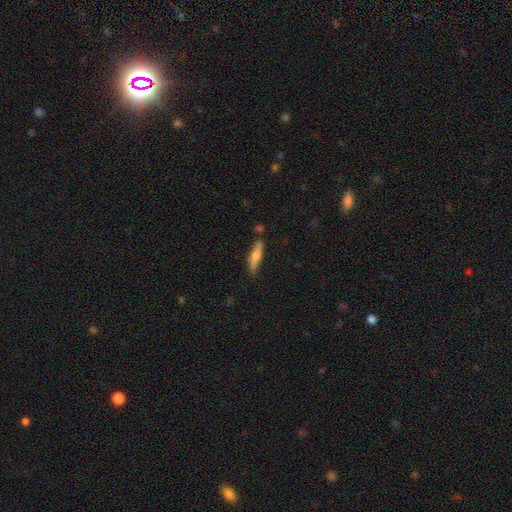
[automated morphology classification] Overall: smooth (59%; featured or disk 34%). How rounded: cigar-shaped (77%). Merging: none (74%).